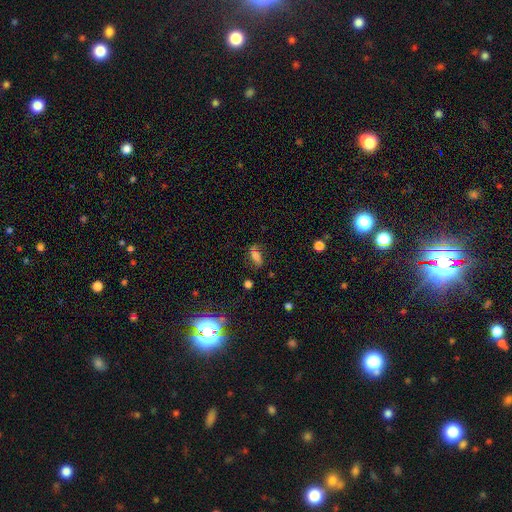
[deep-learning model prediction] Smooth or featured: smooth — 59% (featured or disk — 24%)
How rounded: in between — 77% (cigar-shaped — 15%)
Merging: none — 60% (minor disturbance — 24%)